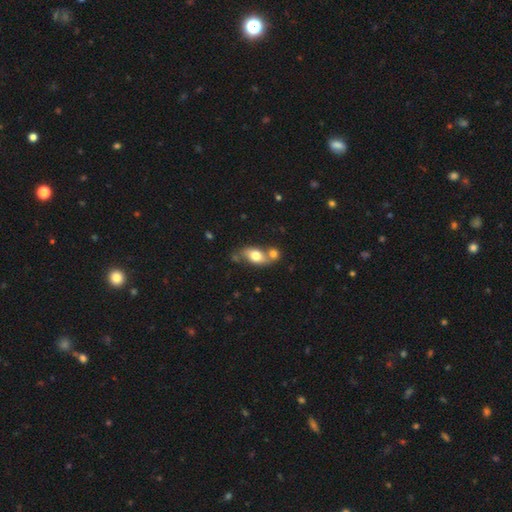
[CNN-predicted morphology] smooth-or-featured: smooth: 70% | featured or disk: 22% | star or artifact: 8%
  how-rounded: in between: 80% | round: 15% | cigar-shaped: 5%
  merging: none: 45% | merger: 37% | minor disturbance: 13% | major disturbance: 5%